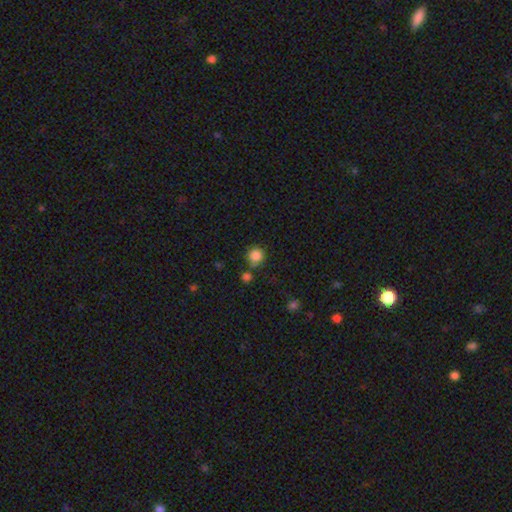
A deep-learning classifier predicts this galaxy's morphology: smooth 85%, star or artifact 11%, featured or disk 5%. Down the decision tree: how rounded — round (92%); merging — none (72%).